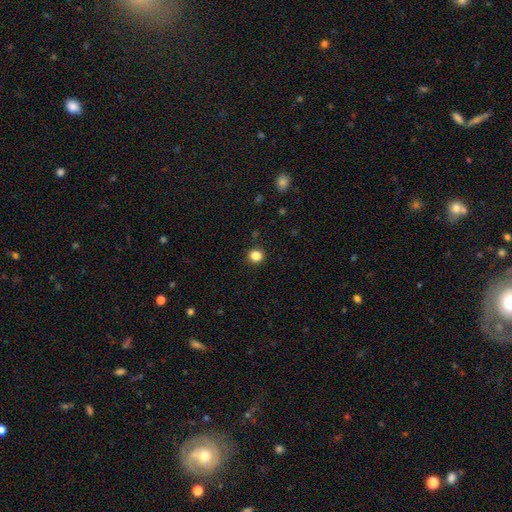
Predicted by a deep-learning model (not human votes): smooth-or-featured: smooth: 84% | star or artifact: 12% | featured or disk: 4%
  how-rounded: round: 91% | in between: 8% | cigar-shaped: 1%
  merging: none: 92% | minor disturbance: 5% | major disturbance: 2% | merger: 1%